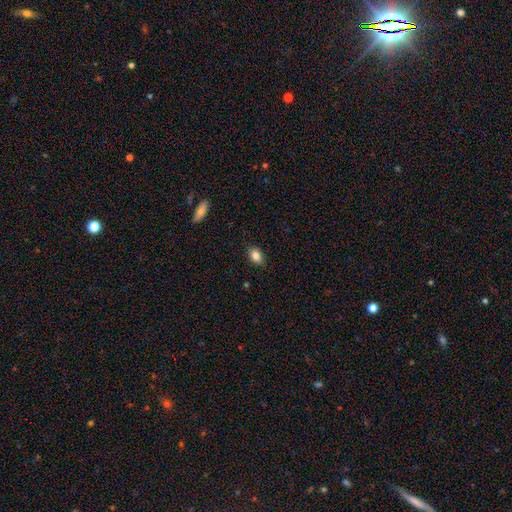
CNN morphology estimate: type=smooth (85%); roundness=in between (79%); merging=none (86%).